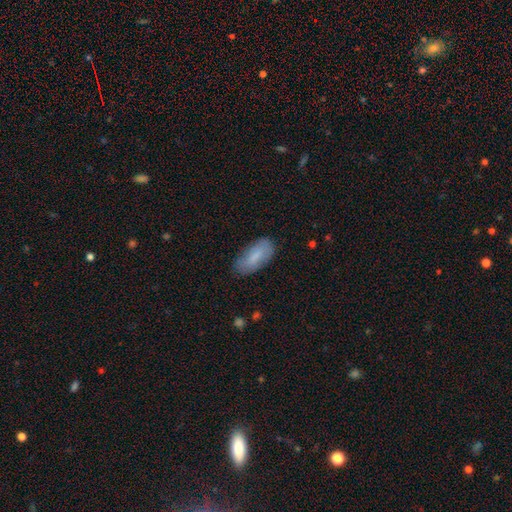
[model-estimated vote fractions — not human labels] Morphology: type=smooth (79%); roundness=in between (87%); merging=none (78%).